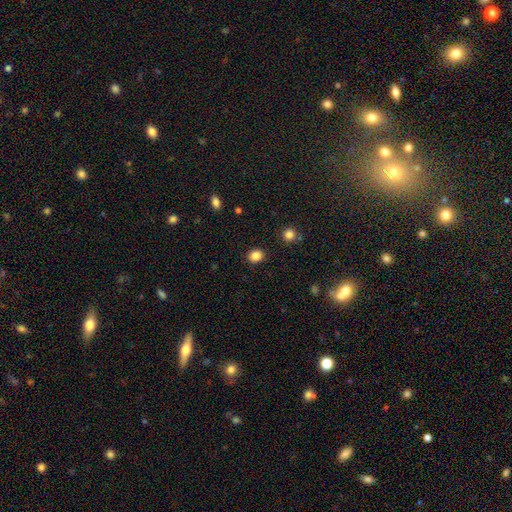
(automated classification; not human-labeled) smooth_or_featured: smooth (p=0.85) [alt: star or artifact p=0.11]
how_rounded: round (p=0.60) [alt: in between p=0.39]
merging: none (p=0.89) [alt: minor disturbance p=0.07]